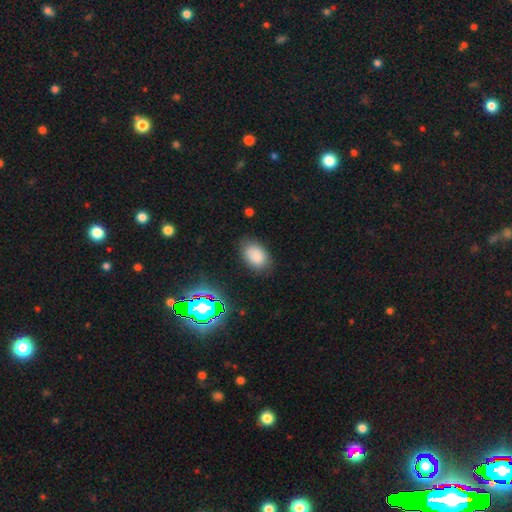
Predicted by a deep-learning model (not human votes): This is clearly a smooth galaxy (82%). How rounded: clearly in between (87%). Merging: likely none (79%).